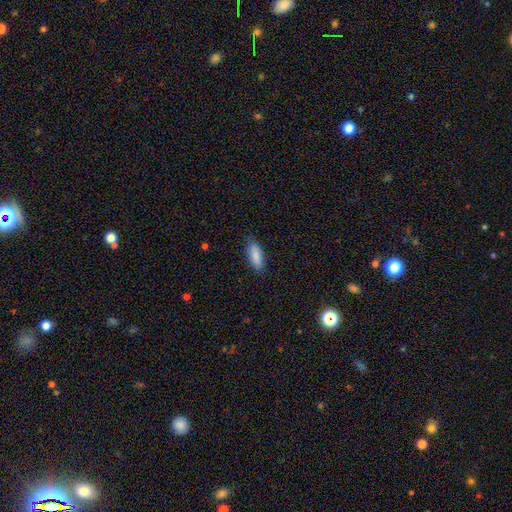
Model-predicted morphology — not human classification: smooth 87%, featured or disk 7%, star or artifact 6%. Down the decision tree: how rounded — in between (76%); merging — none (83%).